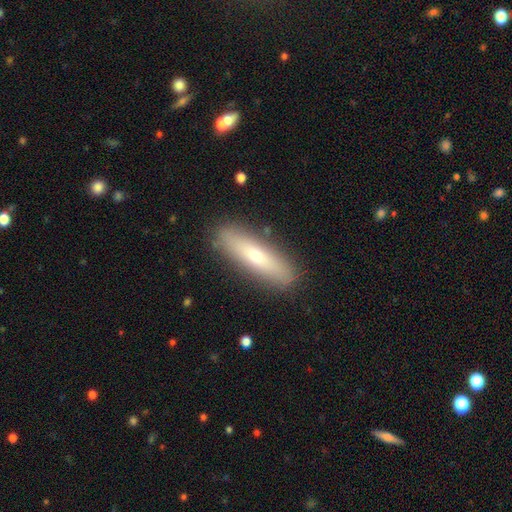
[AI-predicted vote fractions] This is likely a smooth galaxy (62%). How rounded: likely cigar-shaped (70%). Merging: clearly none (87%).